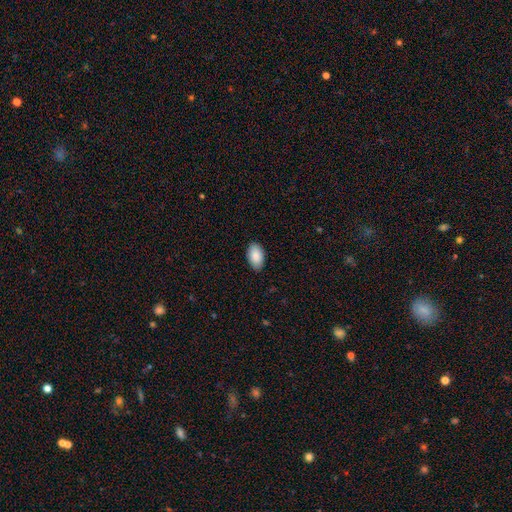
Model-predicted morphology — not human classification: smooth-or-featured: smooth: 89% | star or artifact: 6% | featured or disk: 5%
  how-rounded: in between: 95% | round: 4% | cigar-shaped: 1%
  merging: none: 88% | minor disturbance: 9% | major disturbance: 2% | merger: 1%